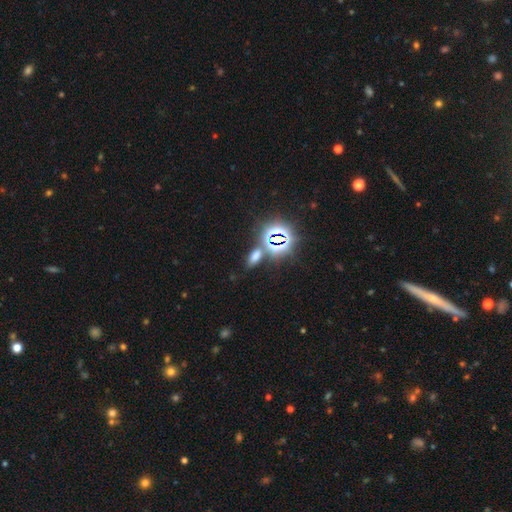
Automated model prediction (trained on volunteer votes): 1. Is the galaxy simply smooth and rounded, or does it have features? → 55% smooth, 36% star or artifact, 9% featured or disk.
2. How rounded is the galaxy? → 81% in between, 11% round, 8% cigar-shaped.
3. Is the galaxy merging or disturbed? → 74% none, 12% merger, 10% minor disturbance, 4% major disturbance.